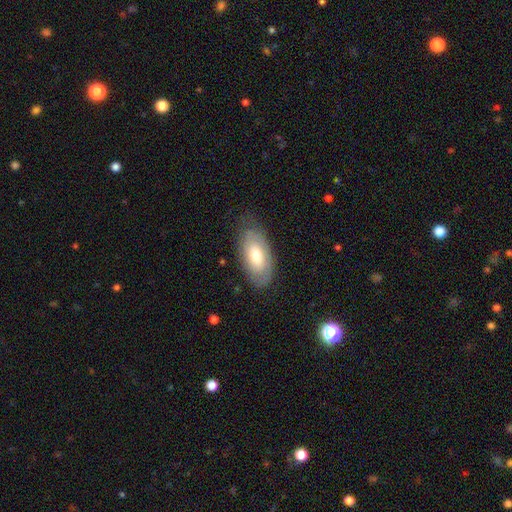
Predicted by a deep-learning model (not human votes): Smooth or featured? Predicted: smooth (p=0.61). How rounded? Predicted: in between (p=0.93). Merging? Predicted: none (p=0.76).